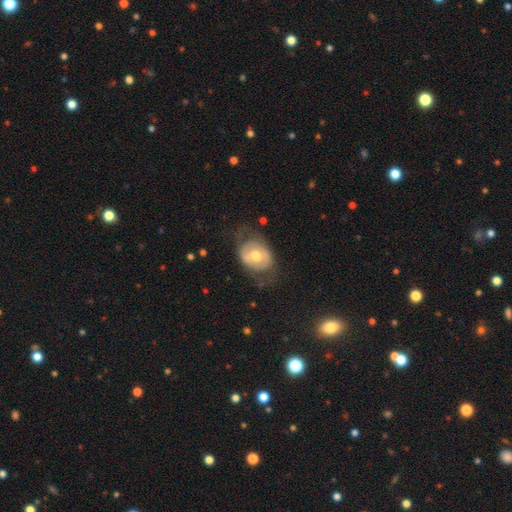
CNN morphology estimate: featured or disk 56%, smooth 38%, star or artifact 6%. Down the decision tree: edge-on disk — no (94%); bar — no (59%); spiral arms — no (67%); bulge size — moderate (75%); merging — none (58%).